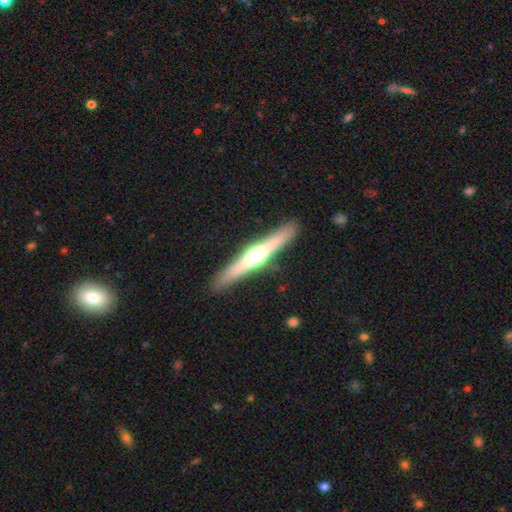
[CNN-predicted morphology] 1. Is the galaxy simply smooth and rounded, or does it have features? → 69% featured or disk, 25% smooth, 6% star or artifact.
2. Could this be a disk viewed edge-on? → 96% yes, 4% no.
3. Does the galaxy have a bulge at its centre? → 92% rounded, 5% boxy, 3% none.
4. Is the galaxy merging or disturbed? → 90% none, 7% minor disturbance, 2% major disturbance, 1% merger.